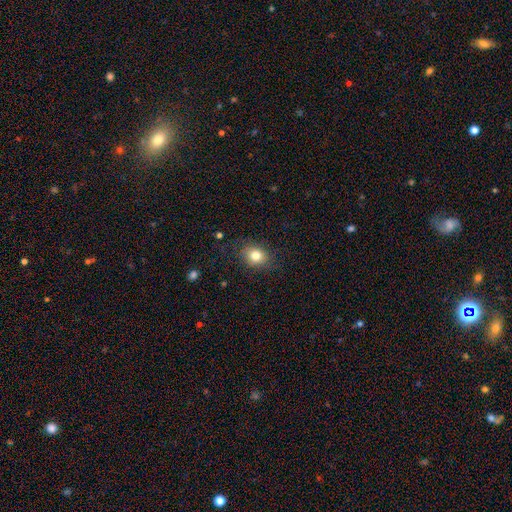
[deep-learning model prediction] smooth 79%, star or artifact 11%, featured or disk 10%. Down the decision tree: how rounded — round (51%); merging — none (81%).